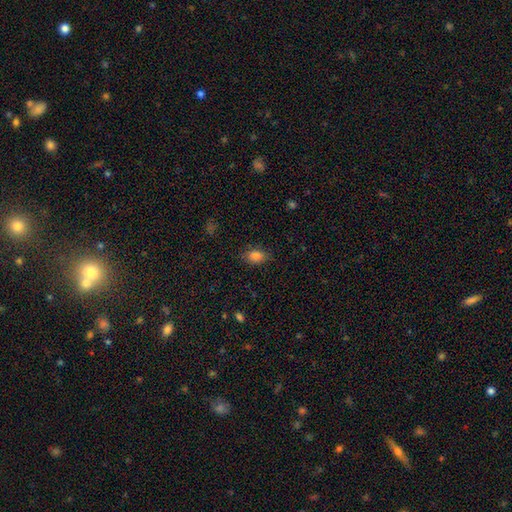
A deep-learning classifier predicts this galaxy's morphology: This appears to be a smooth galaxy with no disk features (82%) that is in between round and cigar-shaped (77%). Merging: none (82%).